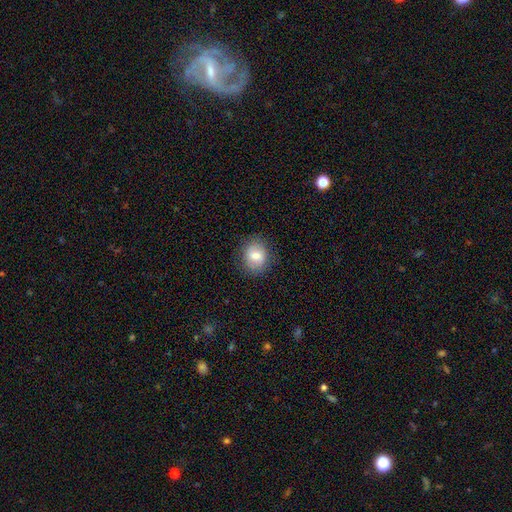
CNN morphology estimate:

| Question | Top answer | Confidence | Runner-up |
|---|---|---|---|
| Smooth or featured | smooth | 74% | featured or disk (17%) |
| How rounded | round | 65% | in between (34%) |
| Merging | none | 84% | minor disturbance (12%) |